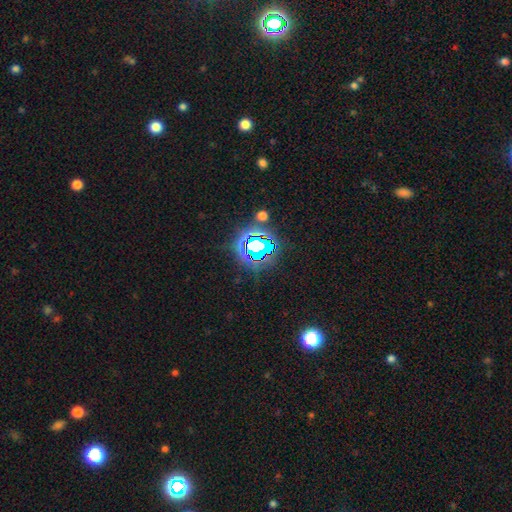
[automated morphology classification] Overall: star or artifact (76%).